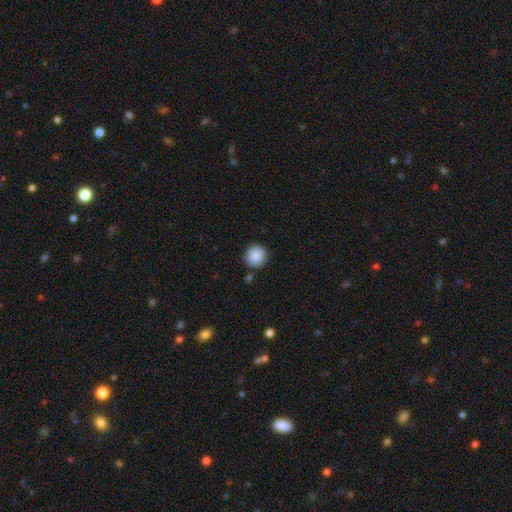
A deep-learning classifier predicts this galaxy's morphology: Overall: smooth (89%). How rounded: round (93%). Merging: none (86%).